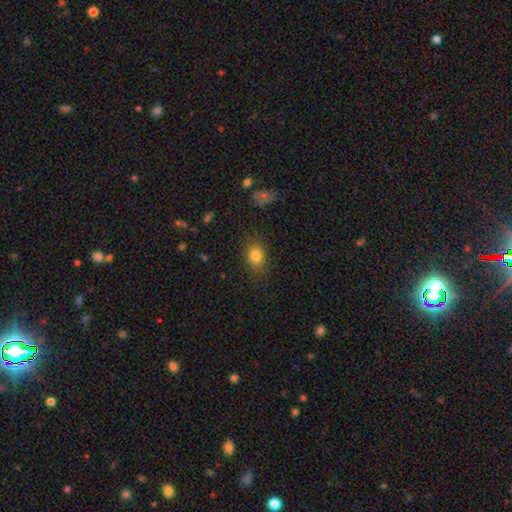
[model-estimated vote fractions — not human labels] smooth_or_featured: smooth (p=0.81) [alt: star or artifact p=0.11]
how_rounded: in between (p=0.63) [alt: round p=0.35]
merging: none (p=0.83) [alt: minor disturbance p=0.12]